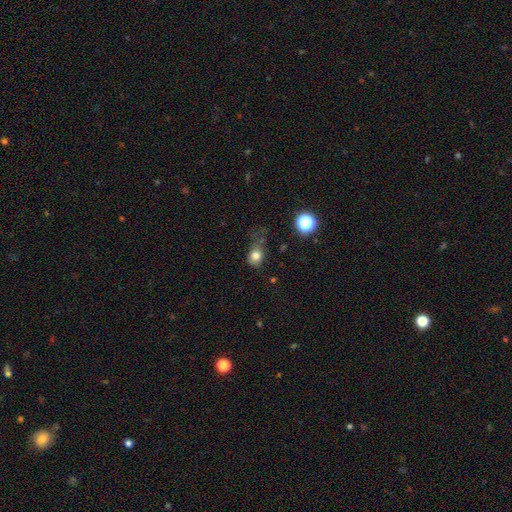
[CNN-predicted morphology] Q: Smooth or featured?
A: smooth (78%); runner-up: star or artifact (13%)
Q: How rounded?
A: round (52%); runner-up: in between (47%)
Q: Merging?
A: none (36%); runner-up: minor disturbance (32%)